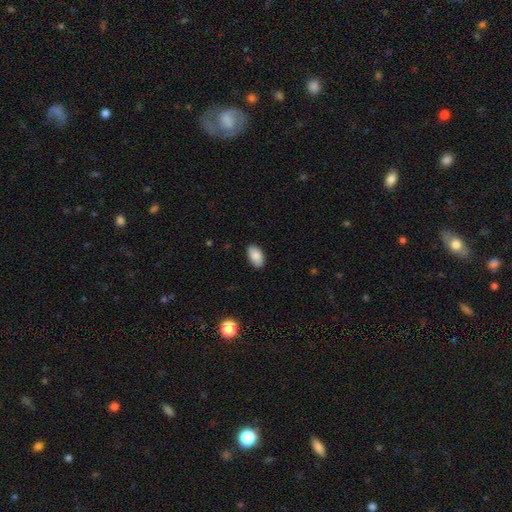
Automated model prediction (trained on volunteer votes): A smooth galaxy with no disk features (86%) that is in between round and cigar-shaped (94%).

Vote fractions:
- Smooth or featured? smooth: 86% / featured or disk: 7% / star or artifact: 7%
- How rounded? in between: 94% / round: 4% / cigar-shaped: 2%
- Merging? none: 85% / minor disturbance: 12% / major disturbance: 2% / merger: 1%